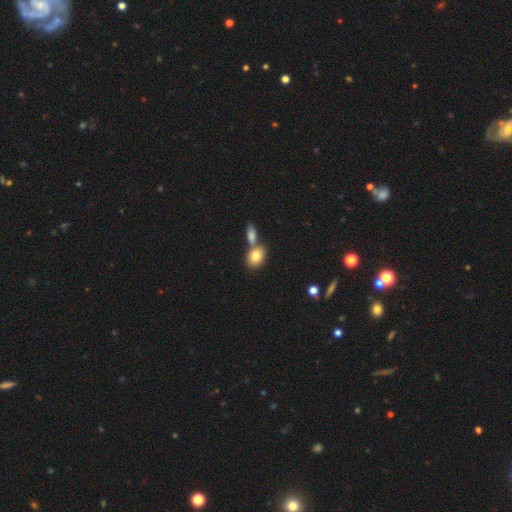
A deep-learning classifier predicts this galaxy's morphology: This appears to be a smooth galaxy with no disk features (80%) that is in between round and cigar-shaped (67%). Merging: none (45%).